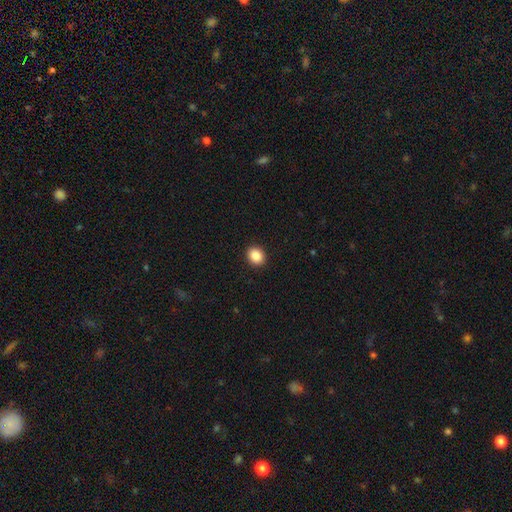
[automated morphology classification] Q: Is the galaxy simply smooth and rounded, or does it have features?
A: smooth — 88%.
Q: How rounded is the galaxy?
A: round — 62%.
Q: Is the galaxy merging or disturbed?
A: none — 93%.